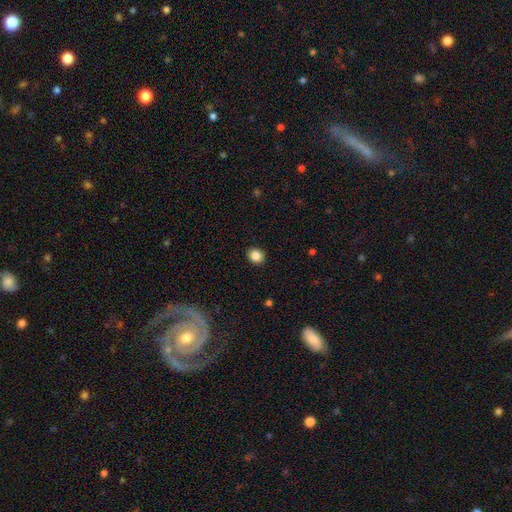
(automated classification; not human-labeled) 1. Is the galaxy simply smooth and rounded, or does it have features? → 86% smooth, 10% star or artifact, 5% featured or disk.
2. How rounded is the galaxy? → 76% round, 23% in between, 1% cigar-shaped.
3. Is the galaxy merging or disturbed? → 92% none, 6% minor disturbance, 2% major disturbance, 1% merger.